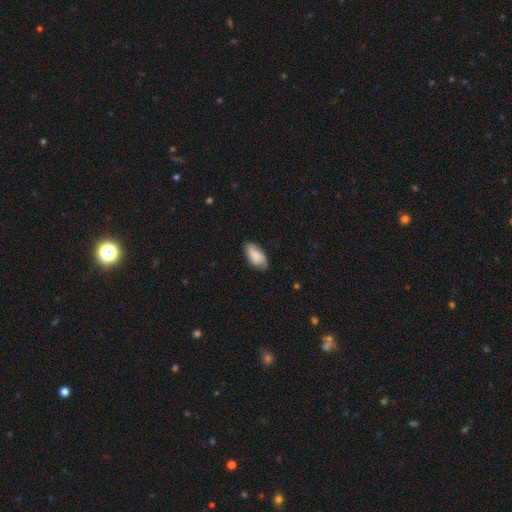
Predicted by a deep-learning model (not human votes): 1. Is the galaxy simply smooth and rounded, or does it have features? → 76% smooth, 17% featured or disk, 7% star or artifact.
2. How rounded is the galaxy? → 91% in between, 6% cigar-shaped, 3% round.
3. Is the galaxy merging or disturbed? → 75% none, 20% minor disturbance, 4% major disturbance, 1% merger.